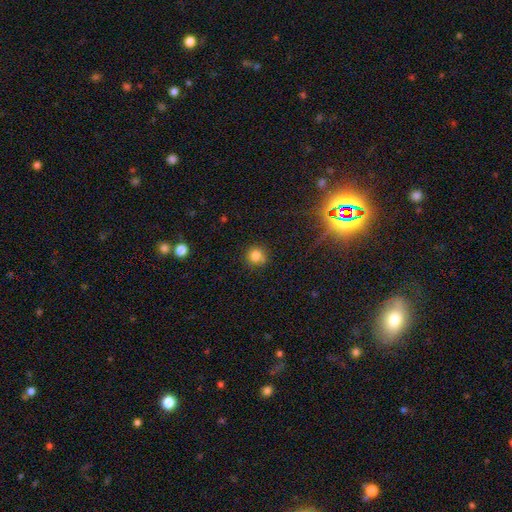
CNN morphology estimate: Smooth or featured? smooth (81%)
How rounded? round (92%)
Merging? none (80%)